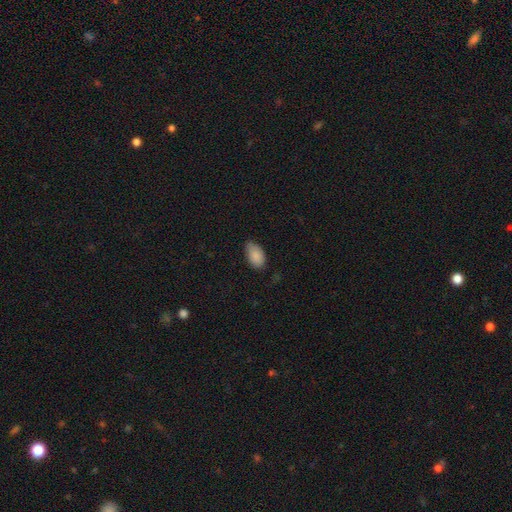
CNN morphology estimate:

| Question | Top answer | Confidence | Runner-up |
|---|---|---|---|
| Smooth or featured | smooth | 87% | star or artifact (7%) |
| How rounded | in between | 93% | round (5%) |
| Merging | none | 63% | minor disturbance (31%) |